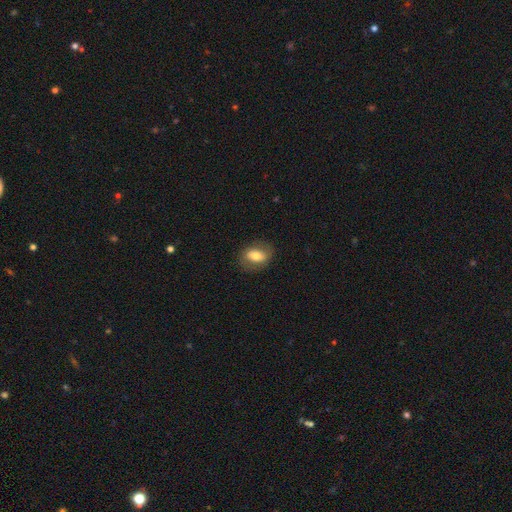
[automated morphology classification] smooth-or-featured: smooth: 65% | featured or disk: 27% | star or artifact: 7%
  how-rounded: in between: 78% | round: 20% | cigar-shaped: 2%
  merging: none: 80% | minor disturbance: 14% | major disturbance: 5% | merger: 1%